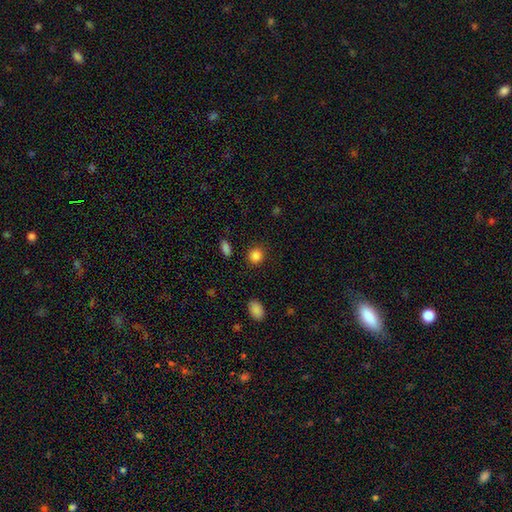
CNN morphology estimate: Smooth or featured? smooth (86%)
How rounded? round (84%)
Merging? none (88%)